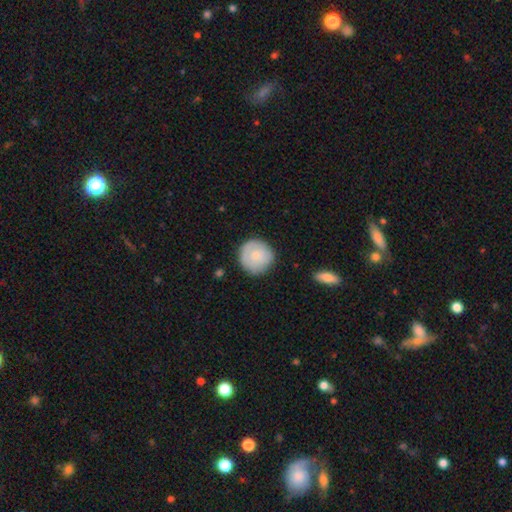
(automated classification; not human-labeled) This is likely a smooth galaxy (75%). How rounded: clearly round (94%). Merging: clearly none (82%).